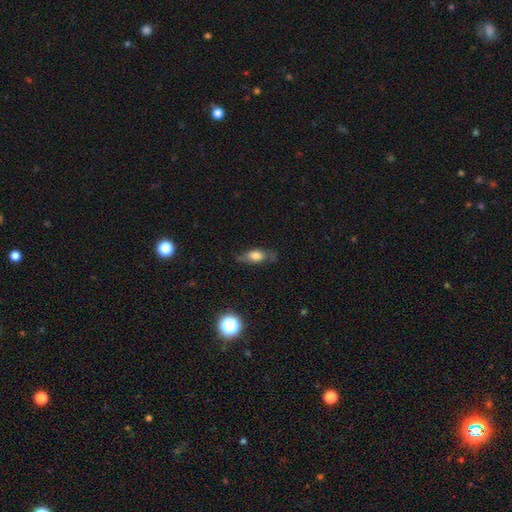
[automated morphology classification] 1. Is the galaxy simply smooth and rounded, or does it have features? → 63% smooth, 28% featured or disk, 10% star or artifact.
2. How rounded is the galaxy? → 72% in between, 20% cigar-shaped, 9% round.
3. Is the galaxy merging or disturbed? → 64% none, 25% minor disturbance, 9% major disturbance, 2% merger.